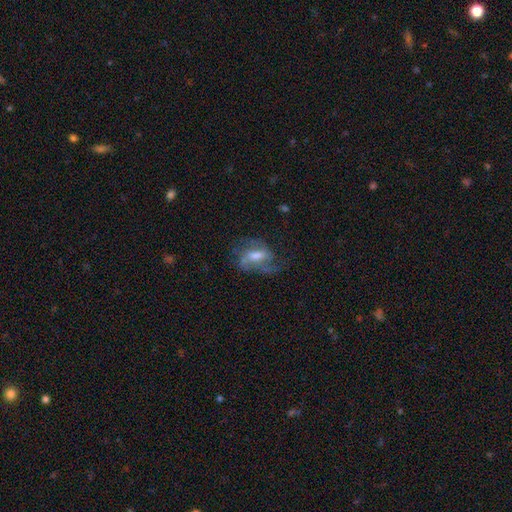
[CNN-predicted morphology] A featured or disk galaxy (70%) with a weak bar (48%), 2 (55%) medium (47%) spiral arms (87%) and a moderate central bulge (51%).

Vote fractions:
- Smooth or featured? featured or disk: 70% / smooth: 22% / star or artifact: 8%
- Edge-on disk? no: 95% / yes: 5%
- Bar? weak: 48% / no: 28% / strong: 23%
- Spiral arms? yes: 87% / no: 13%
- Spiral winding? medium: 47% / loose: 34% / tight: 19%
- Spiral arm count? 2: 55% / 1: 16% / can't tell: 15% / 3: 9% / 4: 2% / more than 4: 2%
- Bulge size? moderate: 51% / large: 20% / small: 19% / none: 9% / dominant: 2%
- Merging? none: 51% / major disturbance: 26% / minor disturbance: 21% / merger: 2%